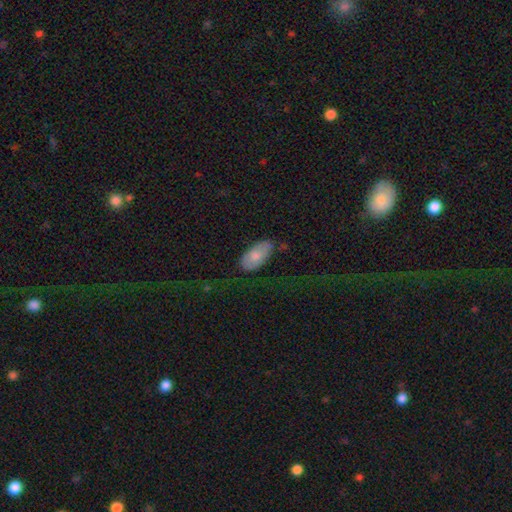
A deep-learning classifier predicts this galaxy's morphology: A smooth galaxy with no disk features (75%) that is in between round and cigar-shaped (94%).

Vote fractions:
- Smooth or featured? smooth: 75% / featured or disk: 19% / star or artifact: 6%
- How rounded? in between: 94% / cigar-shaped: 4% / round: 3%
- Merging? none: 70% / minor disturbance: 23% / major disturbance: 5% / merger: 2%